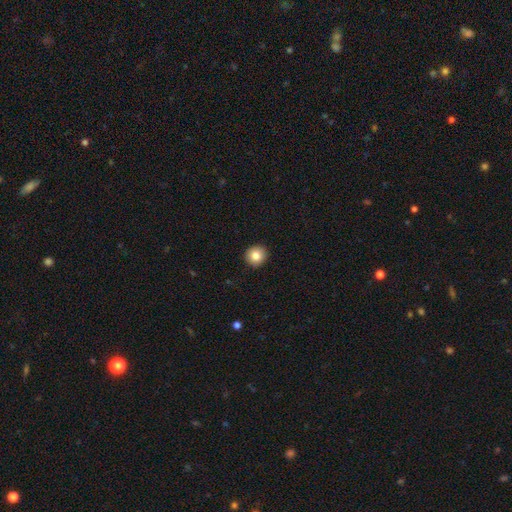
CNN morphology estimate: A smooth galaxy with no disk features (83%) that is round (92%).

Vote fractions:
- Smooth or featured? smooth: 83% / star or artifact: 9% / featured or disk: 8%
- How rounded? round: 92% / in between: 7% / cigar-shaped: 1%
- Merging? none: 92% / minor disturbance: 5% / major disturbance: 1% / merger: 1%